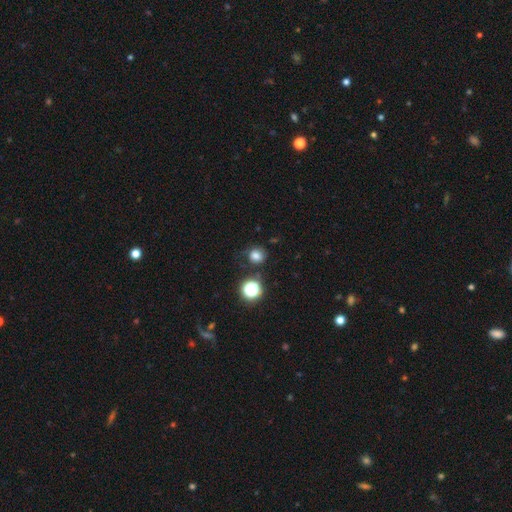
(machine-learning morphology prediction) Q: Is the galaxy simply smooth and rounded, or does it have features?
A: smooth — 76%.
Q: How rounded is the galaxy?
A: round — 83%.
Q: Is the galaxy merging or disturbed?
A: none — 74%.